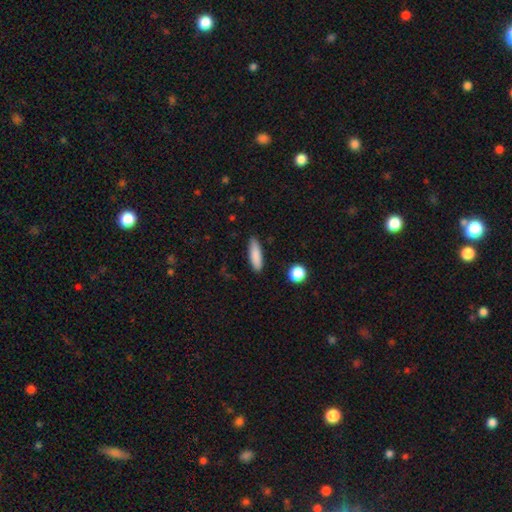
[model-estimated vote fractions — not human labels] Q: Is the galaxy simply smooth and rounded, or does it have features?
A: smooth — 85%.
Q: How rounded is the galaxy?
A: cigar-shaped — 60%.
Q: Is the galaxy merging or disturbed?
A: none — 86%.